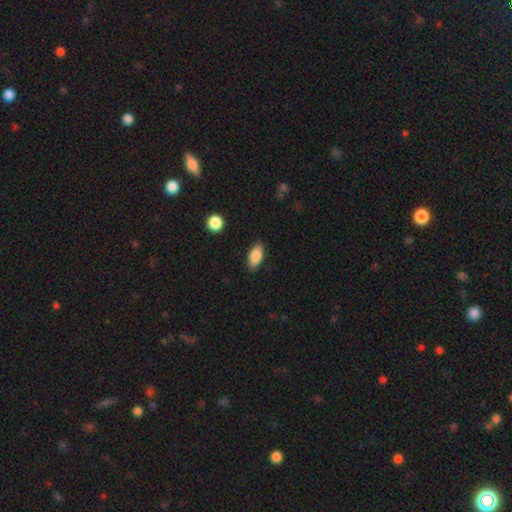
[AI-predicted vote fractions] Q: Smooth or featured?
A: smooth (85%); runner-up: featured or disk (9%)
Q: How rounded?
A: in between (88%); runner-up: cigar-shaped (9%)
Q: Merging?
A: none (85%); runner-up: minor disturbance (11%)